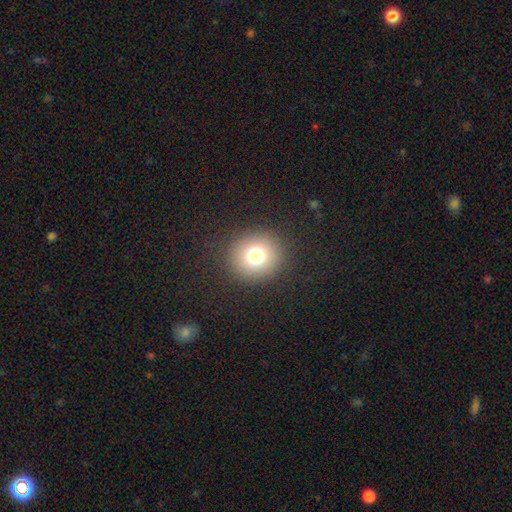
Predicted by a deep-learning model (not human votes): smooth 75%, star or artifact 16%, featured or disk 10%. Down the decision tree: how rounded — round (89%); merging — none (90%).